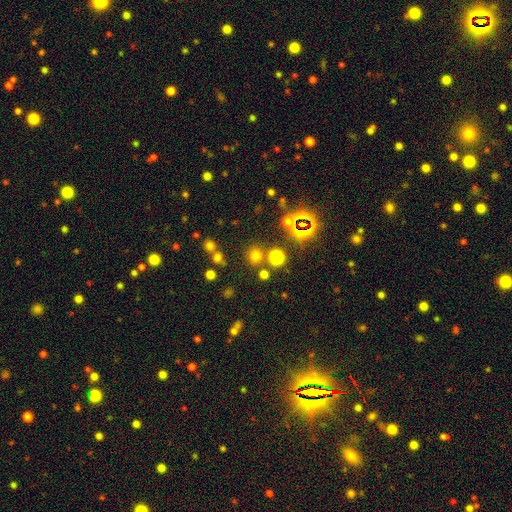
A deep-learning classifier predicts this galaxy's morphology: Smooth or featured: smooth — 64% (star or artifact — 30%)
How rounded: round — 87% (in between — 12%)
Merging: none — 79% (merger — 10%)